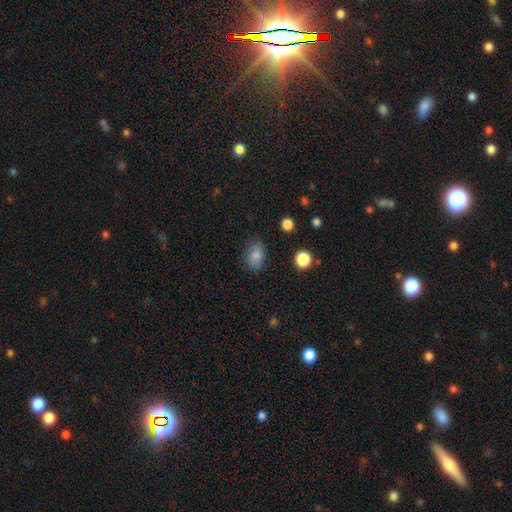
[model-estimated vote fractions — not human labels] Smooth or featured? Predicted: smooth (p=0.81). How rounded? Predicted: in between (p=0.78). Merging? Predicted: none (p=0.77).